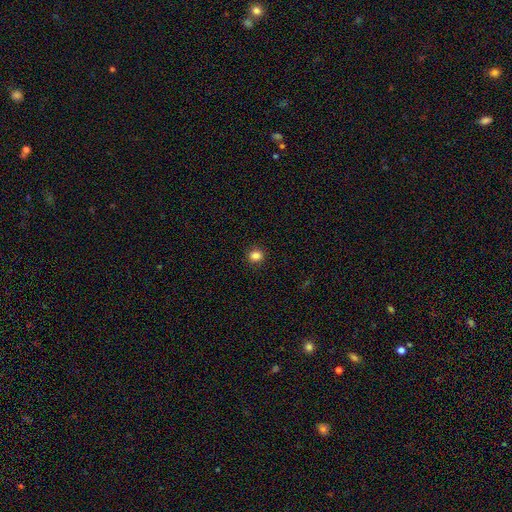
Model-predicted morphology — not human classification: smooth 84%, star or artifact 12%, featured or disk 4%. Down the decision tree: how rounded — round (83%); merging — none (92%).